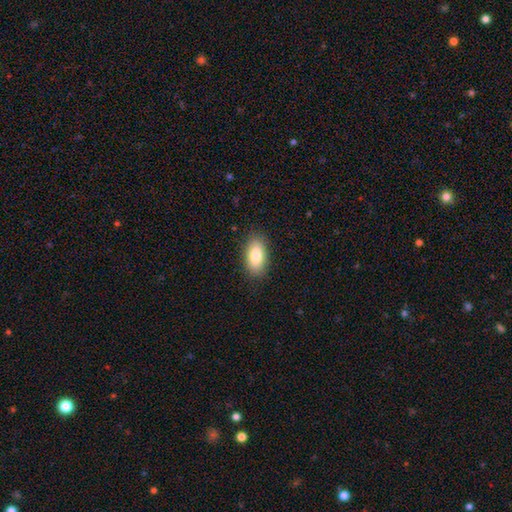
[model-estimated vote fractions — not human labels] This is clearly a smooth galaxy (84%). How rounded: clearly in between (92%). Merging: clearly none (87%).